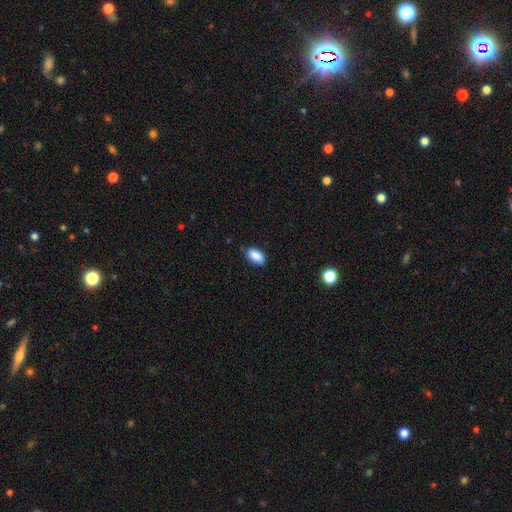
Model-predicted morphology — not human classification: Smooth or featured? smooth (88%)
How rounded? in between (92%)
Merging? none (80%)